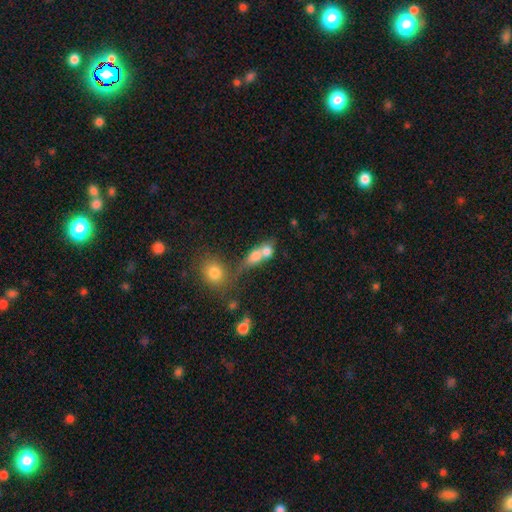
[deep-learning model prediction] A smooth galaxy with no disk features (70%) that is in between round and cigar-shaped (46%).

Vote fractions:
- Smooth or featured? smooth: 70% / featured or disk: 19% / star or artifact: 11%
- How rounded? in between: 46% / round: 42% / cigar-shaped: 12%
- Merging? merger: 63% / none: 23% / minor disturbance: 8% / major disturbance: 6%